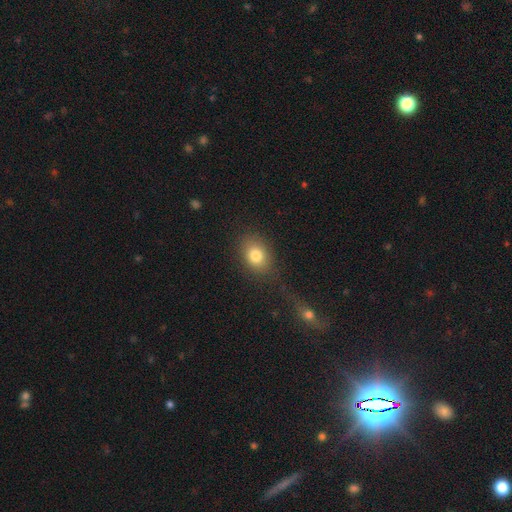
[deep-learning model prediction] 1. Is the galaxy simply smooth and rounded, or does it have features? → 80% smooth, 10% star or artifact, 10% featured or disk.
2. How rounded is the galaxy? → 61% in between, 38% round, 1% cigar-shaped.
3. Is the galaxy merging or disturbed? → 77% none, 14% minor disturbance, 7% major disturbance, 3% merger.